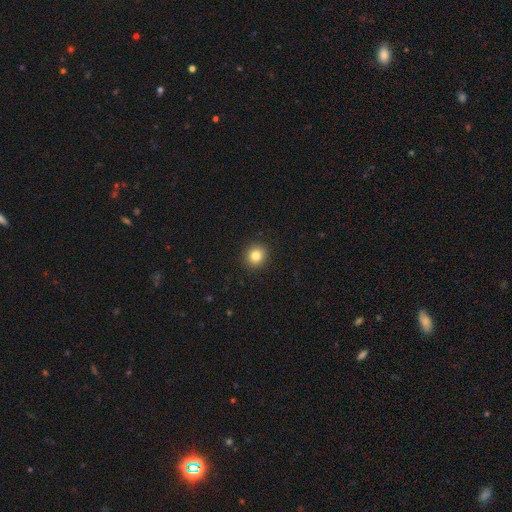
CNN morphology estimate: Smooth or featured: smooth — 84% (star or artifact — 11%)
How rounded: round — 88% (in between — 11%)
Merging: none — 92% (minor disturbance — 5%)